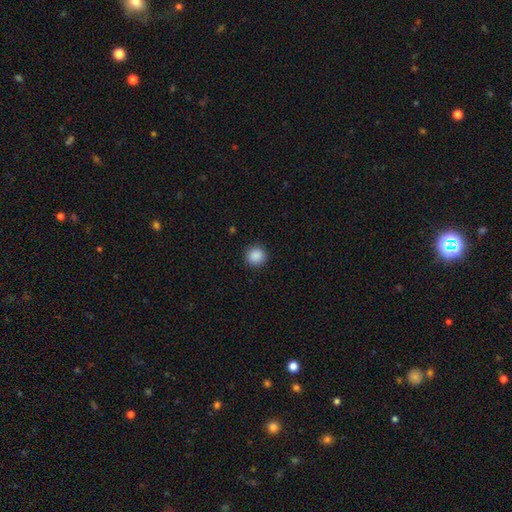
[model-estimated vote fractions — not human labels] A smooth galaxy with no disk features (88%) that is round (92%).

Vote fractions:
- Smooth or featured? smooth: 88% / star or artifact: 9% / featured or disk: 2%
- How rounded? round: 92% / in between: 7% / cigar-shaped: 1%
- Merging? none: 91% / minor disturbance: 6% / major disturbance: 2% / merger: 1%